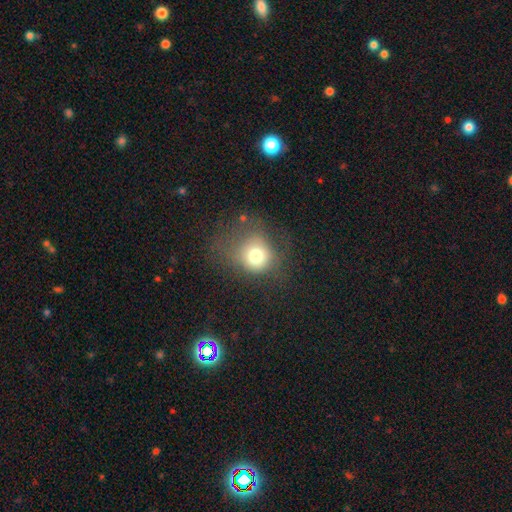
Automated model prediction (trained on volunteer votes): A smooth galaxy with no disk features (72%) that is round (79%). Merging: none (51%).